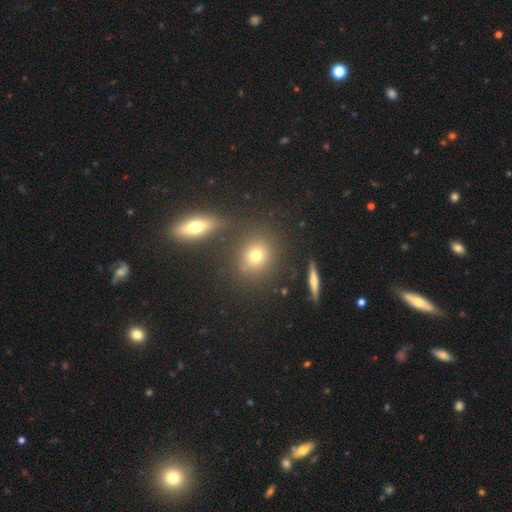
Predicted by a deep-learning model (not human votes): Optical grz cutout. It shows a smooth galaxy with no disk features (71%) that is round (76%). Merging: none (78%).